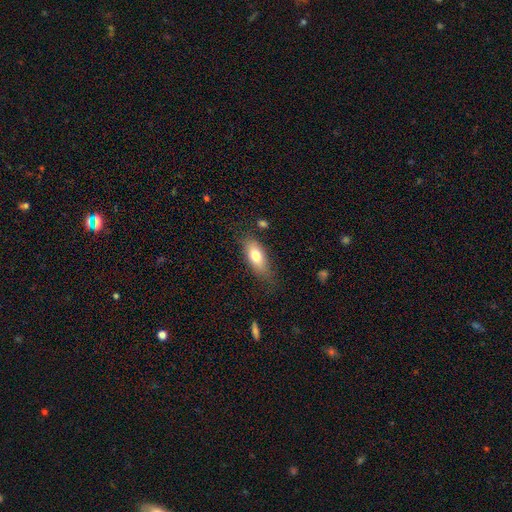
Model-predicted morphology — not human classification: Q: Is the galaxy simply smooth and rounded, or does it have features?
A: smooth — 75%.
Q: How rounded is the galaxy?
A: in between — 78%.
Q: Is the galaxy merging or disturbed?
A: none — 70%.